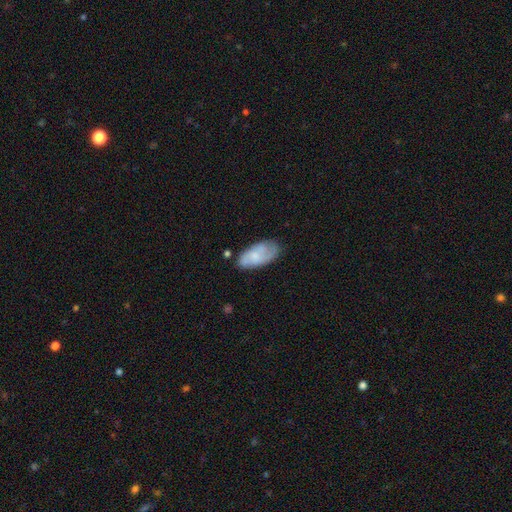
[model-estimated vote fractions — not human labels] smooth 56%, featured or disk 37%, star or artifact 7%. Down the decision tree: how rounded — in between (91%); merging — none (65%).